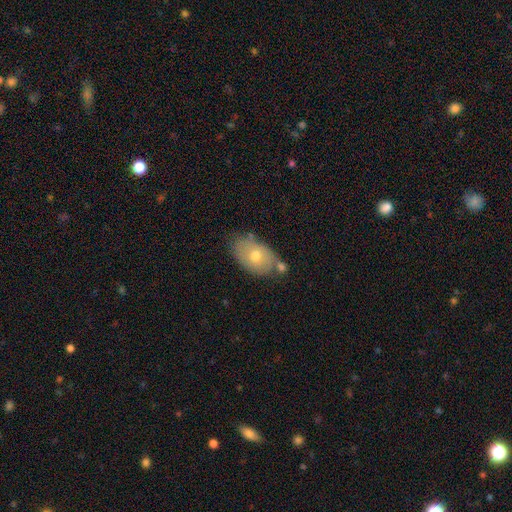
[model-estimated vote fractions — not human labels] Q: Smooth or featured?
A: smooth (63%); runner-up: featured or disk (30%)
Q: How rounded?
A: in between (86%); runner-up: round (12%)
Q: Merging?
A: none (59%); runner-up: minor disturbance (21%)